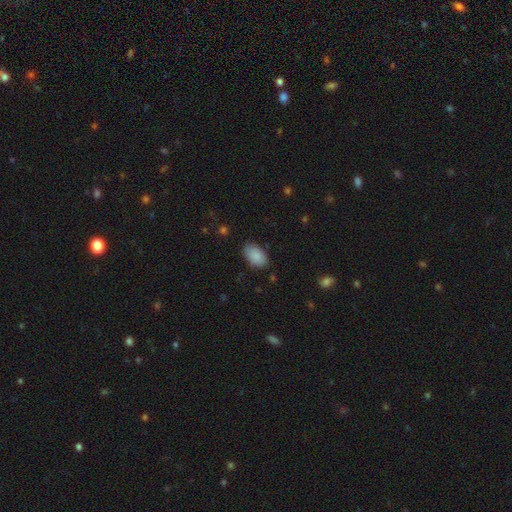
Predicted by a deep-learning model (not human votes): Smooth or featured: smooth — 88% (star or artifact — 7%)
How rounded: in between — 92% (round — 7%)
Merging: none — 79% (minor disturbance — 16%)